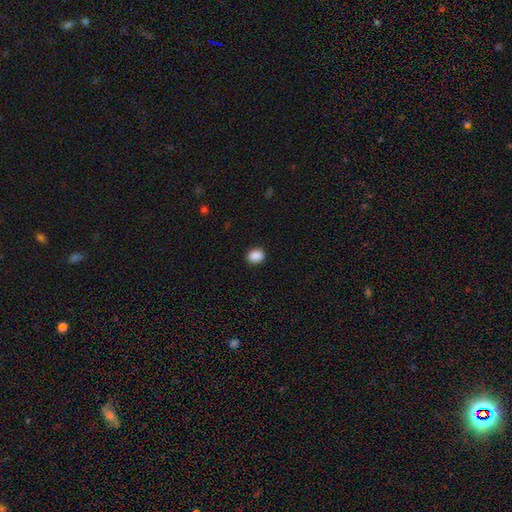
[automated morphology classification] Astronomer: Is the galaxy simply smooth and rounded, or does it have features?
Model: smooth — 89%.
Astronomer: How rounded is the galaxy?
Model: round — 51% (runner-up: in between, 48%).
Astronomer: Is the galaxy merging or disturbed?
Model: none — 90%.